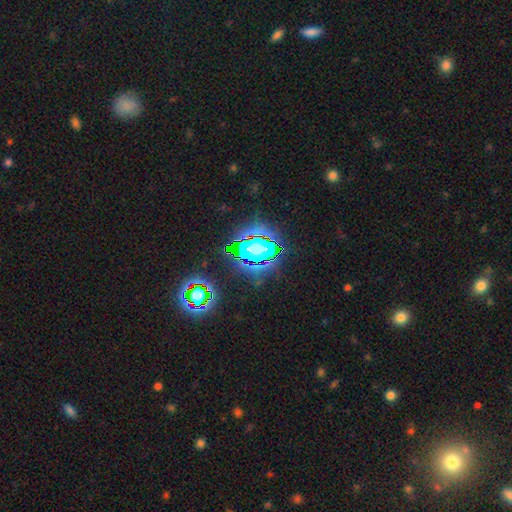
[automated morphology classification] smooth-or-featured: star or artifact: 79% | smooth: 12% | featured or disk: 9%